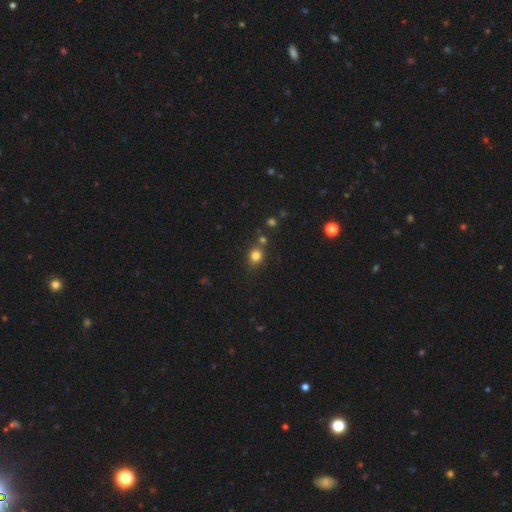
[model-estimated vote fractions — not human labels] Smooth or featured? smooth (80%)
How rounded? round (66%)
Merging? none (71%)